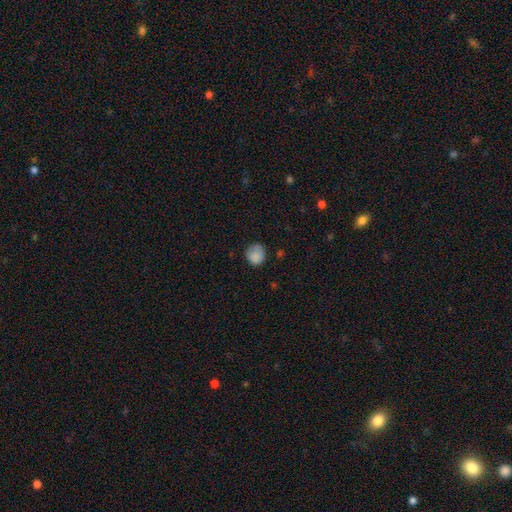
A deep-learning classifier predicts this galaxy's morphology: A smooth galaxy with no disk features (84%) that is round (86%). Merging: none (73%).